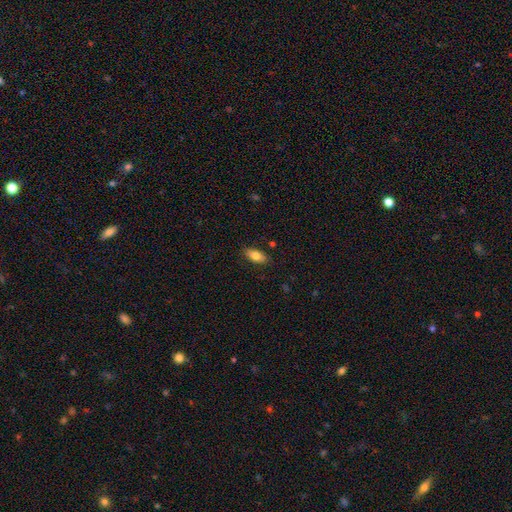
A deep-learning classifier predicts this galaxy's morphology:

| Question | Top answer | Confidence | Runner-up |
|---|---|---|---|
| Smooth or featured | smooth | 79% | featured or disk (14%) |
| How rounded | in between | 88% | cigar-shaped (9%) |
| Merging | none | 86% | minor disturbance (11%) |